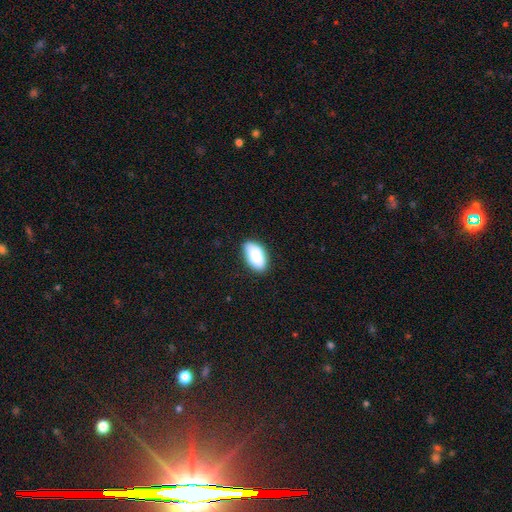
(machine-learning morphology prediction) type=smooth (88%); roundness=in between (95%); merging=none (83%).